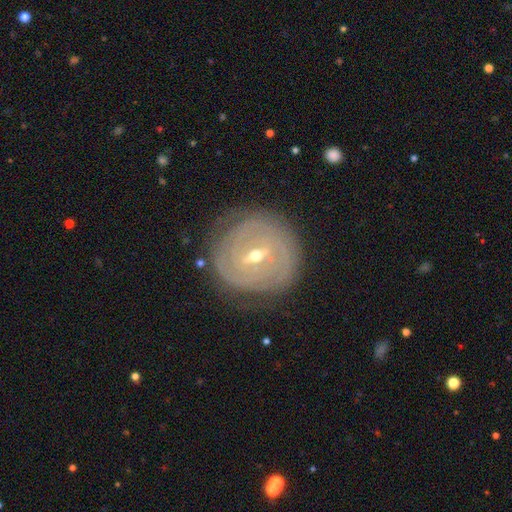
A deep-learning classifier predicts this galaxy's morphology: smooth_or_featured: featured or disk (p=0.83) [alt: smooth p=0.11]
disk_edge_on: no (p=0.95) [alt: yes p=0.05]
bar: weak (p=0.48) [alt: strong p=0.35]
has_spiral_arms: yes (p=0.85) [alt: no p=0.15]
spiral_winding: tight (p=0.85) [alt: medium p=0.11]
spiral_arm_count: can't tell (p=0.46) [alt: 2 p=0.19]
bulge_size: moderate (p=0.49) [alt: small p=0.48]
merging: none (p=0.79) [alt: minor disturbance p=0.14]